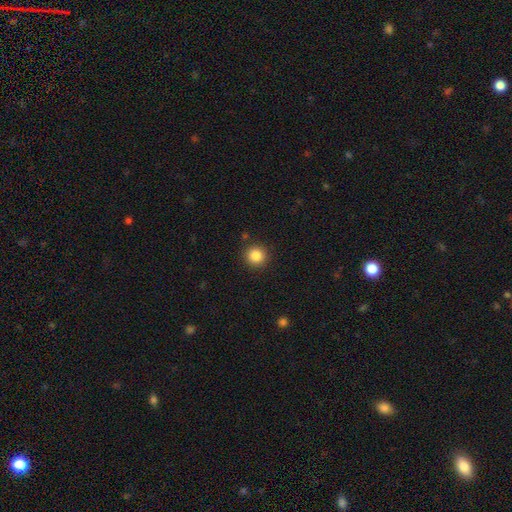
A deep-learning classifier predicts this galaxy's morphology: Q: Smooth or featured?
A: smooth (85%); runner-up: star or artifact (10%)
Q: How rounded?
A: round (93%); runner-up: in between (6%)
Q: Merging?
A: none (90%); runner-up: minor disturbance (6%)